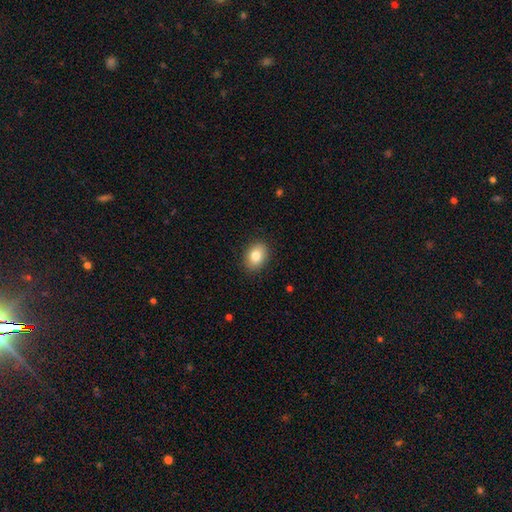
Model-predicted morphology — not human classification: The model was most divided on "how rounded": in between: 70%, round: 29%, cigar-shaped: 1%. More confident: merging — none (88%); smooth or featured — smooth (82%).